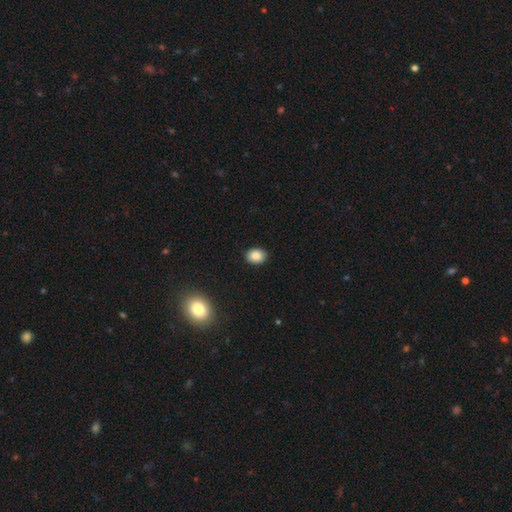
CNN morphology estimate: Q: Smooth or featured?
A: smooth (85%); runner-up: star or artifact (9%)
Q: How rounded?
A: in between (54%); runner-up: round (45%)
Q: Merging?
A: none (90%); runner-up: minor disturbance (7%)